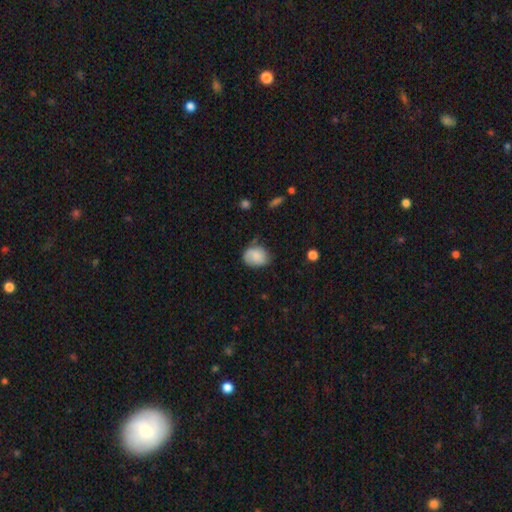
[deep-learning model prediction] smooth_or_featured: smooth (p=0.74) [alt: featured or disk p=0.18]
how_rounded: in between (p=0.56) [alt: round p=0.43]
merging: none (p=0.61) [alt: minor disturbance p=0.29]